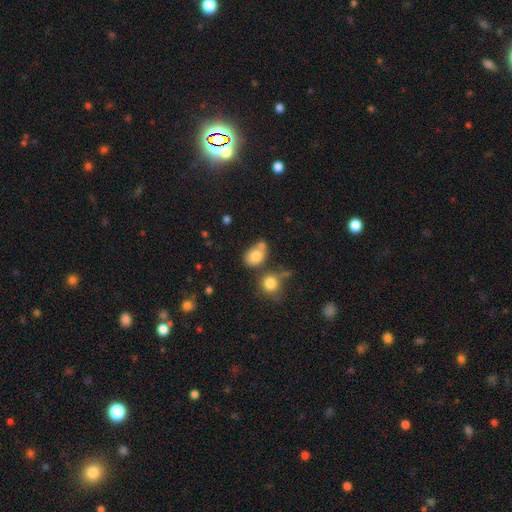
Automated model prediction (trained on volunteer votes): This is likely a smooth galaxy (78%). How rounded: likely in between (71%). Merging: marginally none (42%).